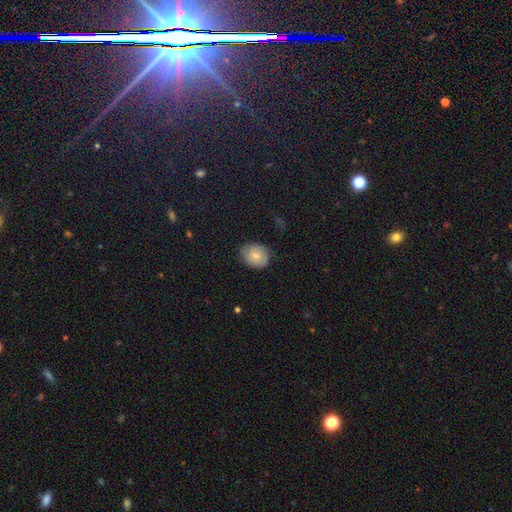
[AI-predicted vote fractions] Smooth or featured: smooth — 73% (featured or disk — 19%)
How rounded: round — 57% (in between — 42%)
Merging: none — 71% (minor disturbance — 23%)